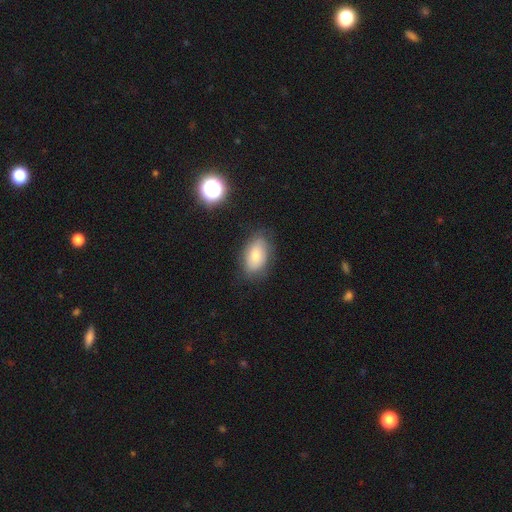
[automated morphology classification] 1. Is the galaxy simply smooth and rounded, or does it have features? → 71% smooth, 21% featured or disk, 9% star or artifact.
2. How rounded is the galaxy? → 90% in between, 8% round, 2% cigar-shaped.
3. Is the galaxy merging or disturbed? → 74% none, 19% minor disturbance, 5% major disturbance, 2% merger.